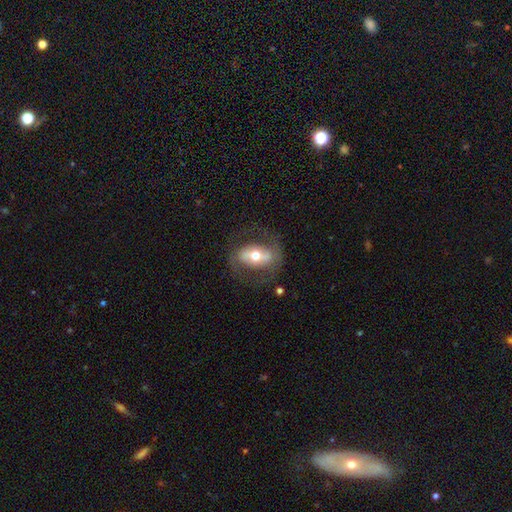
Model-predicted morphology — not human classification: This is likely a featured or disk galaxy (60%). It is clearly not viewed edge-on (89%). Bar: marginally strong (43%). Spiral arm pattern: possibly no (50%, tied with yes). Central bulge: likely moderate (69%). Merging: likely none (70%).